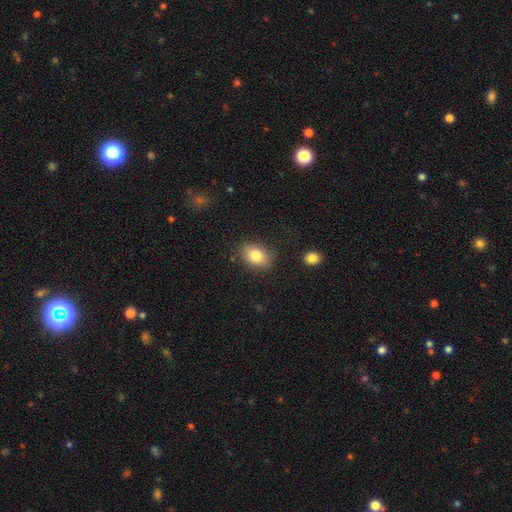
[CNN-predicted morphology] The model was most divided on "how rounded": in between: 74%, round: 24%, cigar-shaped: 1%. More confident: smooth or featured — smooth (83%); merging — none (83%).